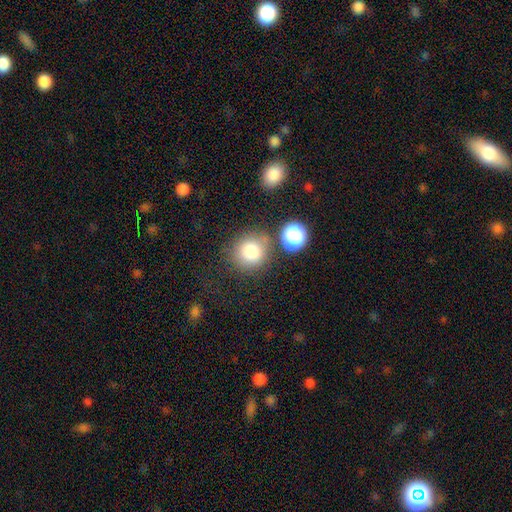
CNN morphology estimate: Overall: smooth (81%). How rounded: round (87%). Merging: none (71%).